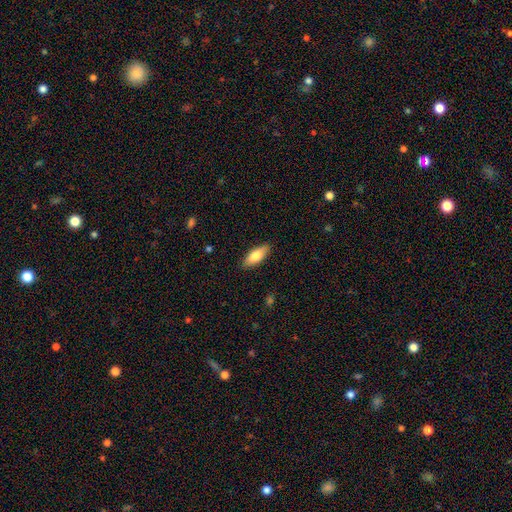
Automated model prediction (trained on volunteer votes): Morphology: type=smooth (76%); roundness=in between (72%); merging=none (88%).